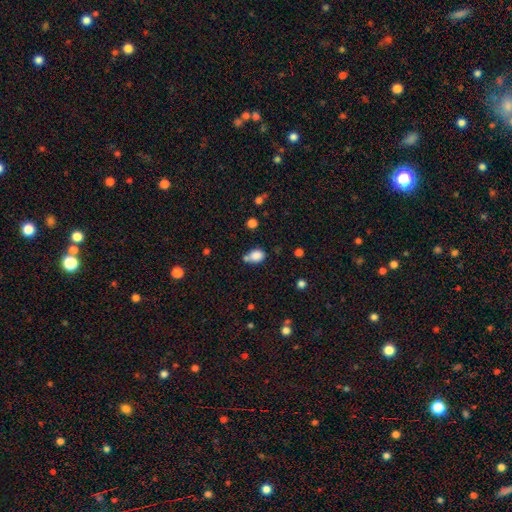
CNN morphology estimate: Smooth or featured?
  - smooth: 84% *
  - star or artifact: 10%
  - featured or disk: 6%
How rounded?
  - in between: 69% *
  - round: 30%
  - cigar-shaped: 1%
Merging?
  - none: 49% *
  - merger: 25%
  - minor disturbance: 21%
  - major disturbance: 6%